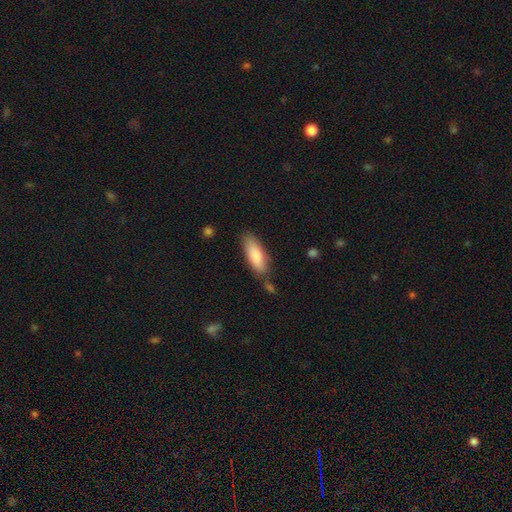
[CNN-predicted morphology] Smooth or featured?
  - smooth: 83% *
  - featured or disk: 11%
  - star or artifact: 6%
How rounded?
  - in between: 62% *
  - cigar-shaped: 36%
  - round: 2%
Merging?
  - none: 72% *
  - minor disturbance: 17%
  - merger: 7%
  - major disturbance: 4%